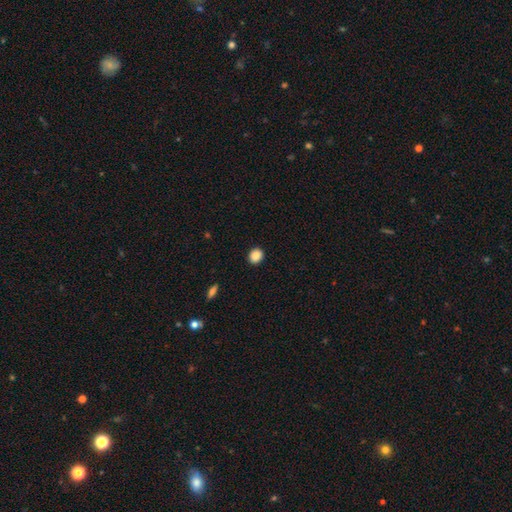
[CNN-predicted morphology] A smooth galaxy with no disk features (89%) that is round (69%).

Vote fractions:
- Smooth or featured? smooth: 89% / star or artifact: 9% / featured or disk: 3%
- How rounded? round: 69% / in between: 30% / cigar-shaped: 1%
- Merging? none: 91% / minor disturbance: 6% / major disturbance: 2% / merger: 1%